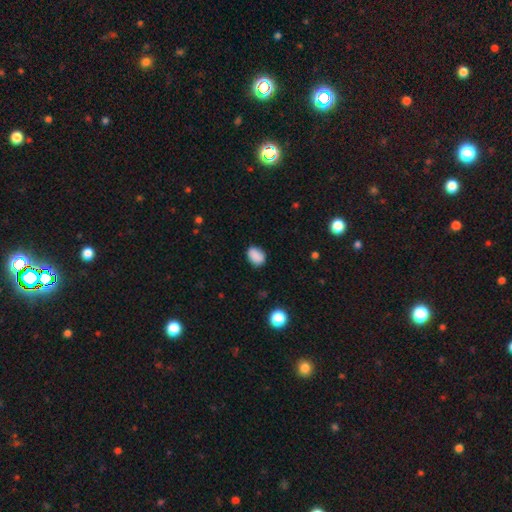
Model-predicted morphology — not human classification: Smooth or featured?
  - smooth: 88% *
  - star or artifact: 8%
  - featured or disk: 4%
How rounded?
  - in between: 78% *
  - round: 20%
  - cigar-shaped: 1%
Merging?
  - none: 81% *
  - minor disturbance: 14%
  - major disturbance: 3%
  - merger: 1%